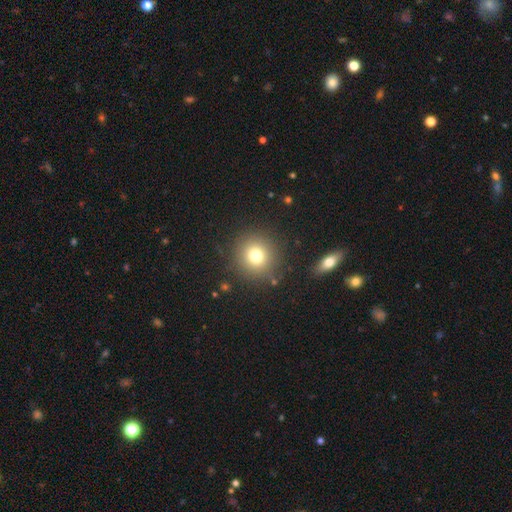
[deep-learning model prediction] This appears to be a smooth galaxy with no disk features (76%) that is round (93%). Merging: none (87%).